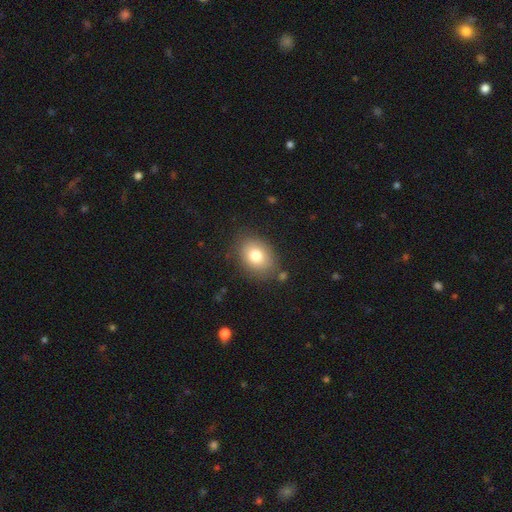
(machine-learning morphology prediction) smooth-or-featured: smooth: 79% | featured or disk: 11% | star or artifact: 9%
  how-rounded: in between: 63% | round: 36% | cigar-shaped: 1%
  merging: none: 82% | minor disturbance: 12% | major disturbance: 4% | merger: 3%